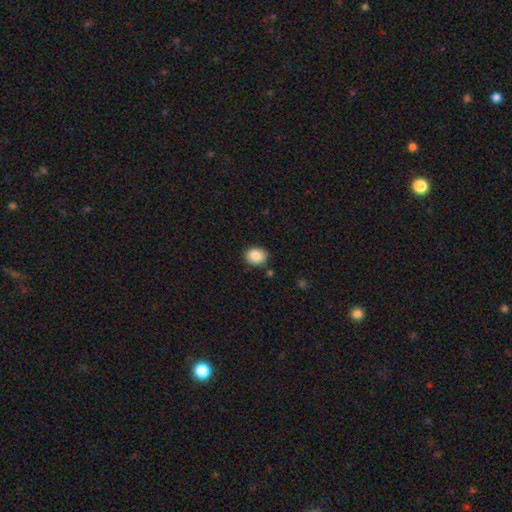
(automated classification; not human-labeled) smooth-or-featured: smooth: 87% | star or artifact: 8% | featured or disk: 5%
  how-rounded: round: 55% | in between: 44% | cigar-shaped: 1%
  merging: none: 83% | minor disturbance: 11% | merger: 3% | major disturbance: 2%